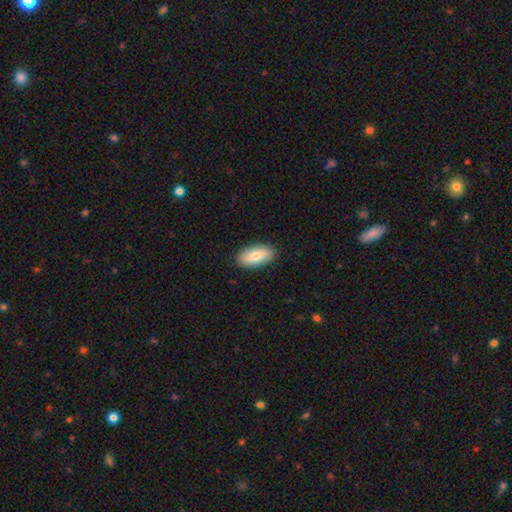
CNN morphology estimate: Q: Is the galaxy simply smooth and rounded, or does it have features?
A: smooth — 78%.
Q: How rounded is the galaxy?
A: in between — 89%.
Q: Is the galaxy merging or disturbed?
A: none — 89%.